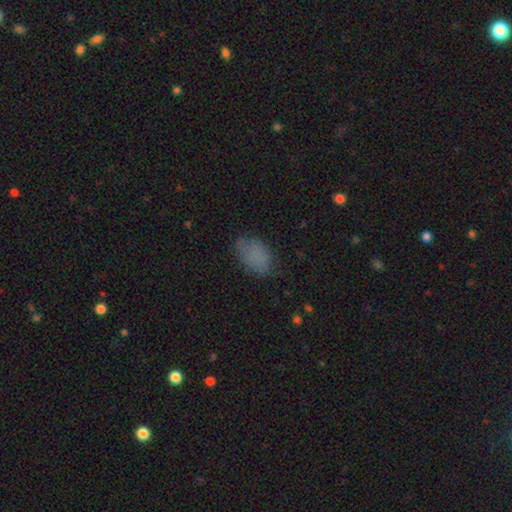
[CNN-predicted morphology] Overall: smooth (81%). How rounded: in between (91%). Merging: none (71%).